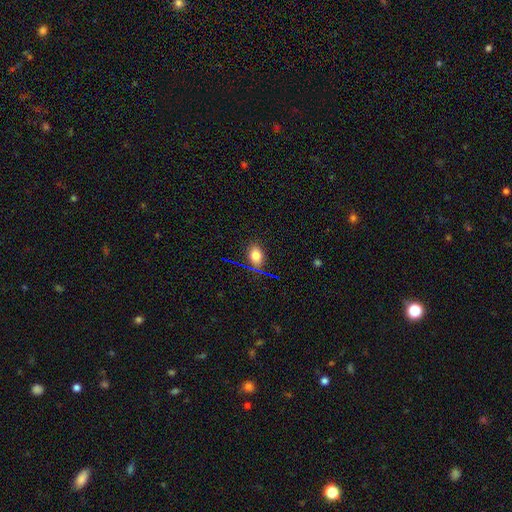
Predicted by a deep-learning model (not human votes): A smooth galaxy with no disk features (74%) that is in between round and cigar-shaped (73%).

Vote fractions:
- Smooth or featured? smooth: 74% / star or artifact: 17% / featured or disk: 8%
- How rounded? in between: 73% / round: 25% / cigar-shaped: 2%
- Merging? none: 81% / minor disturbance: 13% / major disturbance: 4% / merger: 3%